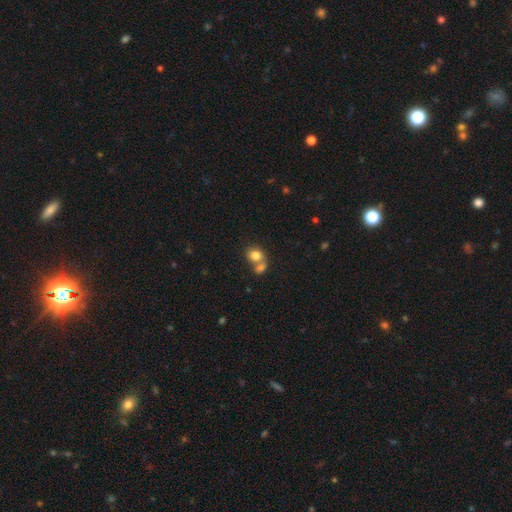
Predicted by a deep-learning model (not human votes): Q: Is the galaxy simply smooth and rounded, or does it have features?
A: smooth — 80%.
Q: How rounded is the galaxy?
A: round — 58%.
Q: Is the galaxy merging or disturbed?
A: merger — 55%.